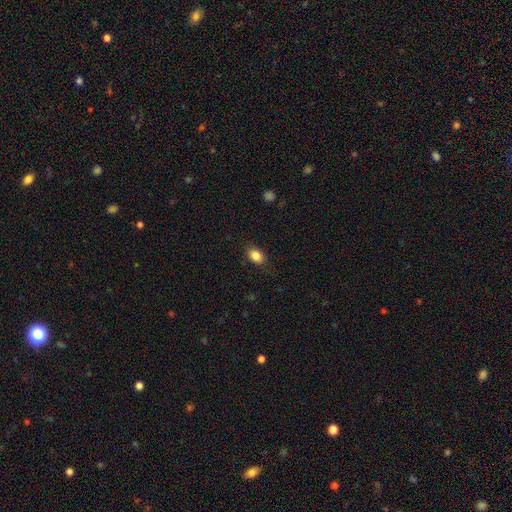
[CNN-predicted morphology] smooth 86%, star or artifact 9%, featured or disk 5%. Down the decision tree: how rounded — in between (76%); merging — none (84%).